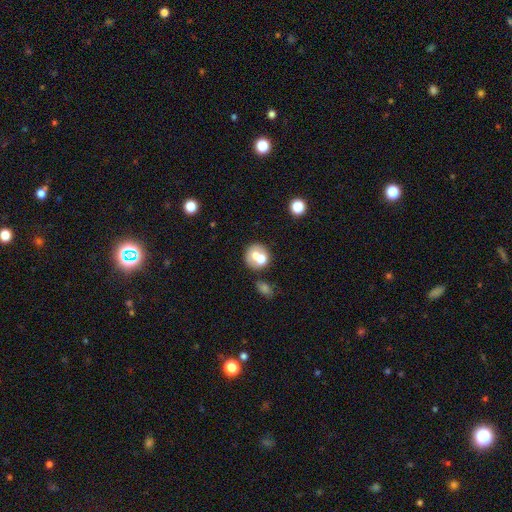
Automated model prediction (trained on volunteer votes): A smooth galaxy with no disk features (62%) that is round (80%). Merging: merger (46%).